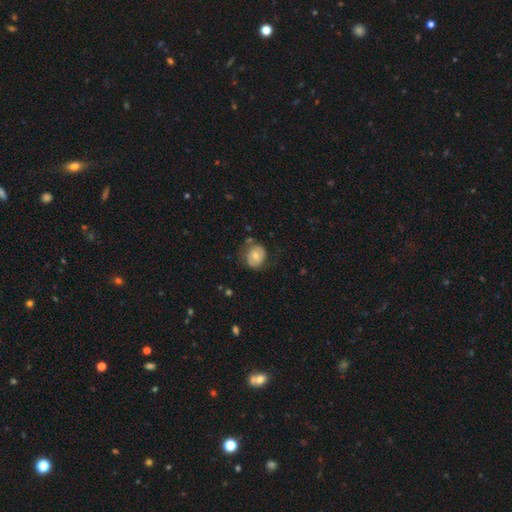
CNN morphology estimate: The model was most divided on "how rounded": round: 60%, in between: 39%, cigar-shaped: 1%. More confident: merging — none (63%); smooth or featured — smooth (57%).